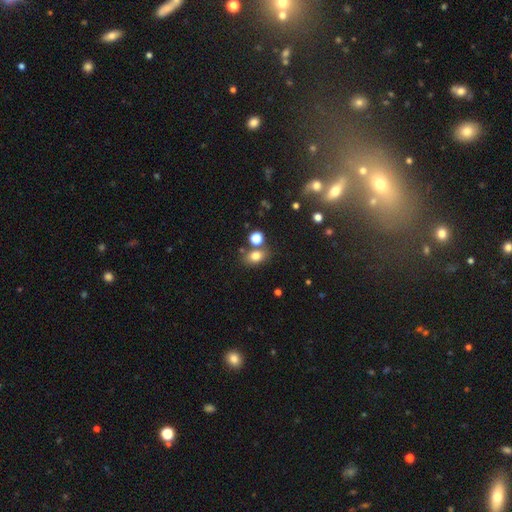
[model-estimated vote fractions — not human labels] A smooth galaxy with no disk features (78%) that is in between round and cigar-shaped (68%).

Vote fractions:
- Smooth or featured? smooth: 78% / star or artifact: 14% / featured or disk: 9%
- How rounded? in between: 68% / round: 30% / cigar-shaped: 2%
- Merging? none: 68% / merger: 15% / minor disturbance: 12% / major disturbance: 4%